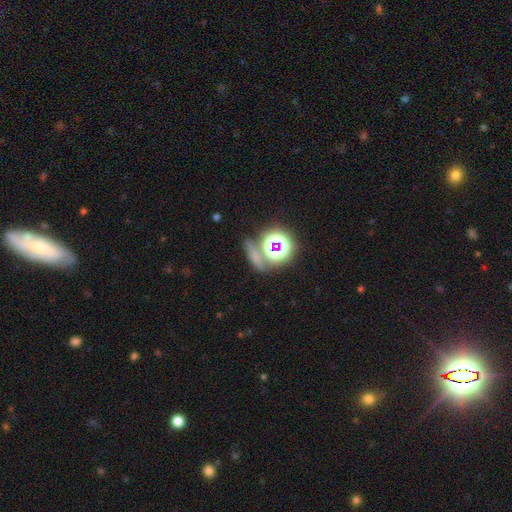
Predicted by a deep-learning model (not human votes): A star or artifact, not a galaxy (46%).

Vote fractions:
- Smooth or featured? star or artifact: 46% / smooth: 41% / featured or disk: 13%